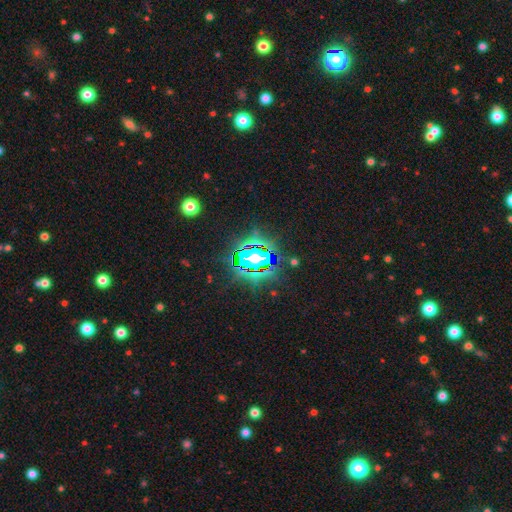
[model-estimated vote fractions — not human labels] A star or artifact, not a galaxy (84%).